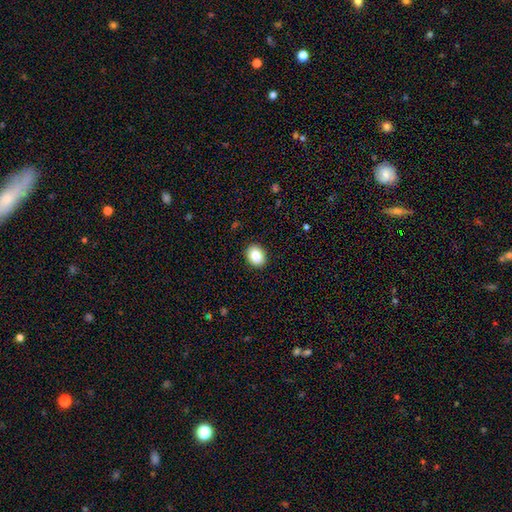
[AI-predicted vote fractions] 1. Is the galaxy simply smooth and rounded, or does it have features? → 85% smooth, 9% star or artifact, 6% featured or disk.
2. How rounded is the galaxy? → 50% round, 49% in between, 1% cigar-shaped.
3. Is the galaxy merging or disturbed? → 91% none, 6% minor disturbance, 2% major disturbance, 1% merger.